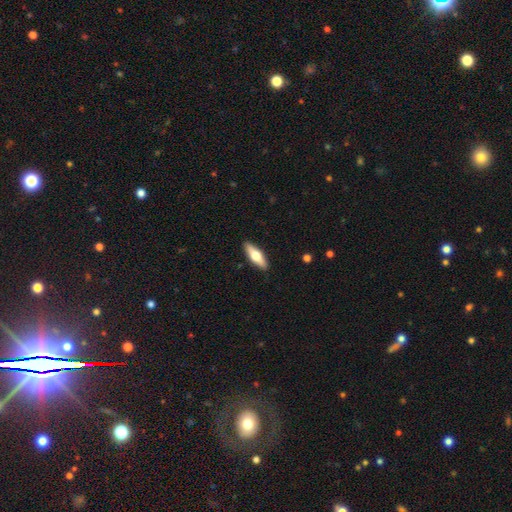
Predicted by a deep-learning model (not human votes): This is possibly a smooth galaxy (56%). How rounded: possibly in between (50%). Merging: clearly none (90%).